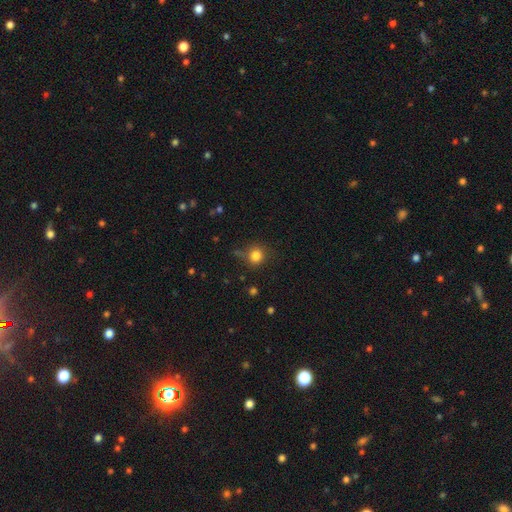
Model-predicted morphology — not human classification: Smooth or featured?
  - smooth: 82% *
  - star or artifact: 12%
  - featured or disk: 6%
How rounded?
  - round: 90% *
  - in between: 9%
  - cigar-shaped: 1%
Merging?
  - none: 76% *
  - minor disturbance: 16%
  - major disturbance: 5%
  - merger: 4%